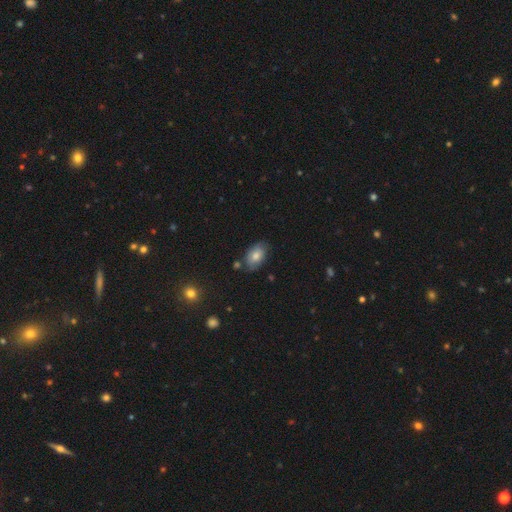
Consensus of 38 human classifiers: Morphology: type=smooth (76%); roundness=in between (93%); merging=none (68%).